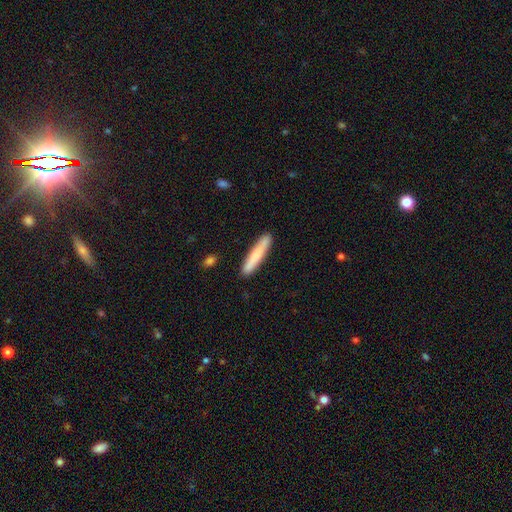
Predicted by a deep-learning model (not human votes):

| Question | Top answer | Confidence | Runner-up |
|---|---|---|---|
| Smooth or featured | smooth | 75% | featured or disk (20%) |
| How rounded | cigar-shaped | 93% | in between (6%) |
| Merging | none | 87% | minor disturbance (9%) |